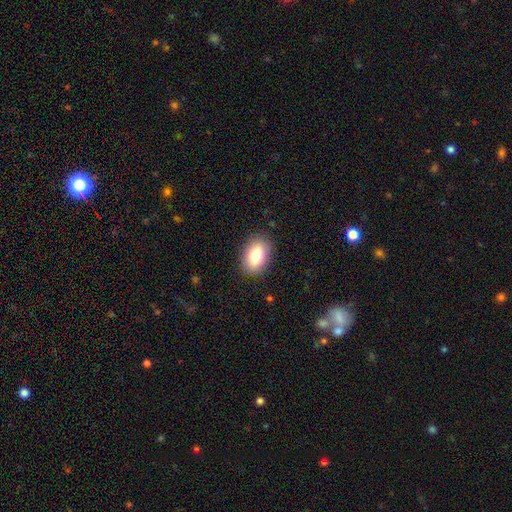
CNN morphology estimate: Smooth or featured? Predicted: smooth (p=0.78). How rounded? Predicted: in between (p=0.86). Merging? Predicted: none (p=0.87).